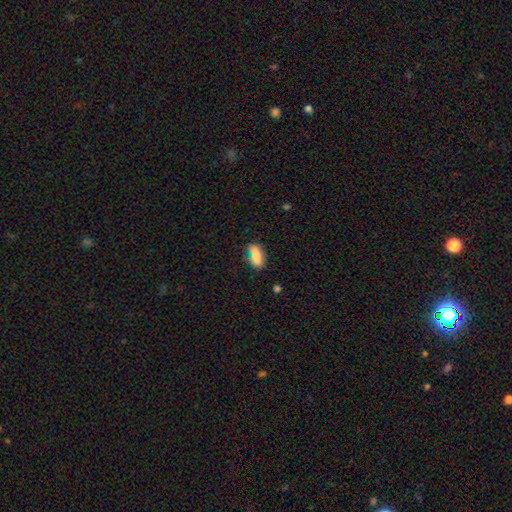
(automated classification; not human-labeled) The model was most divided on "merging": none: 63%, minor disturbance: 25%, major disturbance: 6%, merger: 6%. More confident: smooth or featured — smooth (83%); how rounded — in between (82%).